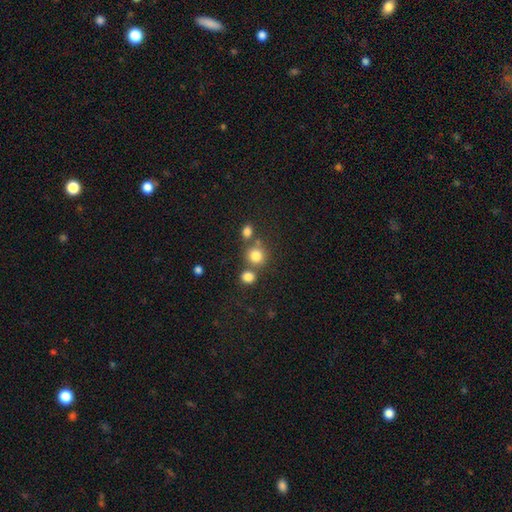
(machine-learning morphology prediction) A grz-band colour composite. It shows a smooth galaxy with no disk features (79%) that is round (86%). Merging: none (62%).